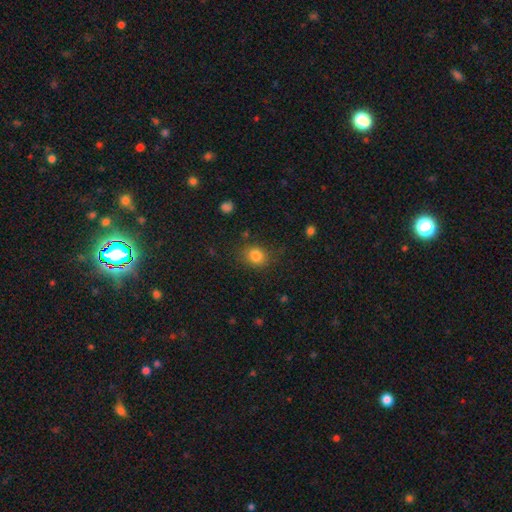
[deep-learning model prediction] This is clearly a smooth galaxy (82%). How rounded: likely round (64%). Merging: clearly none (81%).